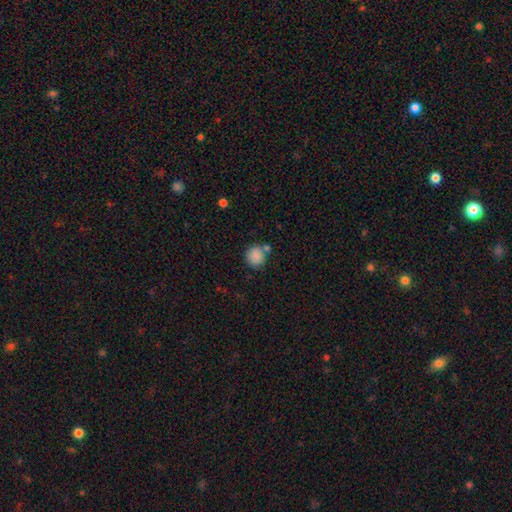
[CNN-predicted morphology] A smooth galaxy with no disk features (85%) that is round (84%).

Vote fractions:
- Smooth or featured? smooth: 85% / star or artifact: 9% / featured or disk: 6%
- How rounded? round: 84% / in between: 15% / cigar-shaped: 1%
- Merging? none: 67% / minor disturbance: 15% / merger: 13% / major disturbance: 5%